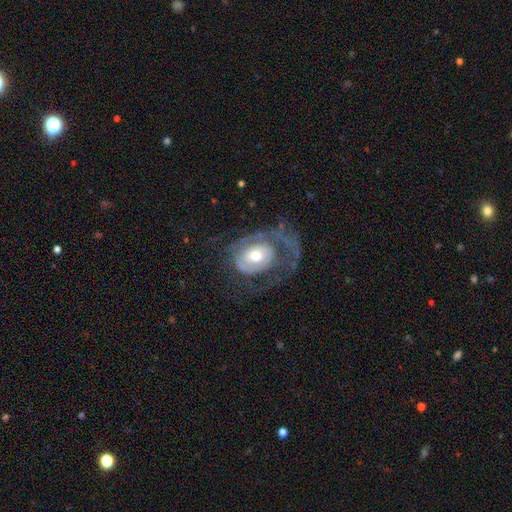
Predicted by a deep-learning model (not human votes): This appears to be a featured or disk galaxy (68%) with no bar (74%), spiral arms (64%) and a moderate central bulge (65%). Merging: major disturbance (43%).